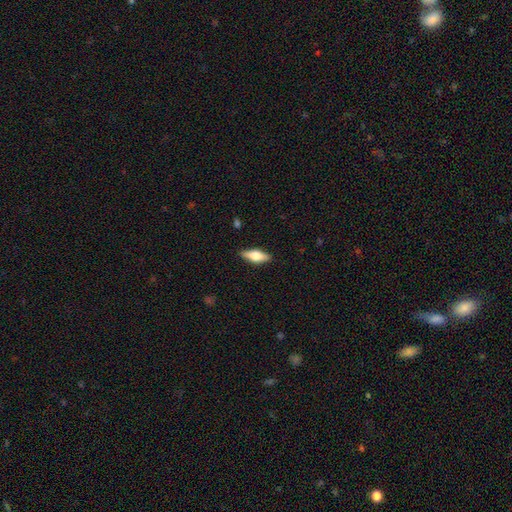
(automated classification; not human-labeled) The model was most divided on "smooth or featured": smooth: 52%, featured or disk: 41%, star or artifact: 7%. More confident: merging — none (86%); how rounded — in between (66%).